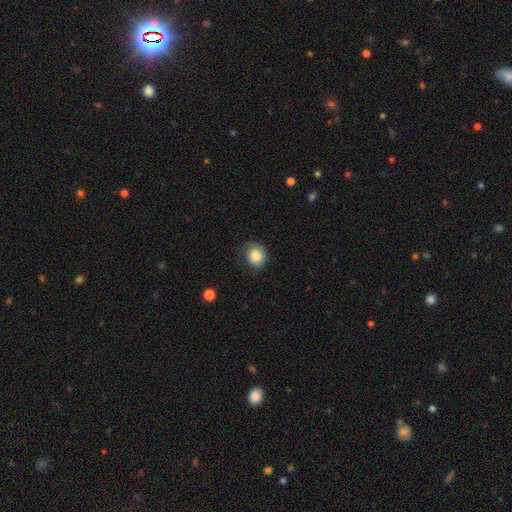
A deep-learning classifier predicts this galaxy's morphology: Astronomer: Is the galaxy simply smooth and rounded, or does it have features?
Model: smooth — 84%.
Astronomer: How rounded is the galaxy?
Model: round — 77%.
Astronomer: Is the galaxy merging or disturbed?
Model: none — 68%.